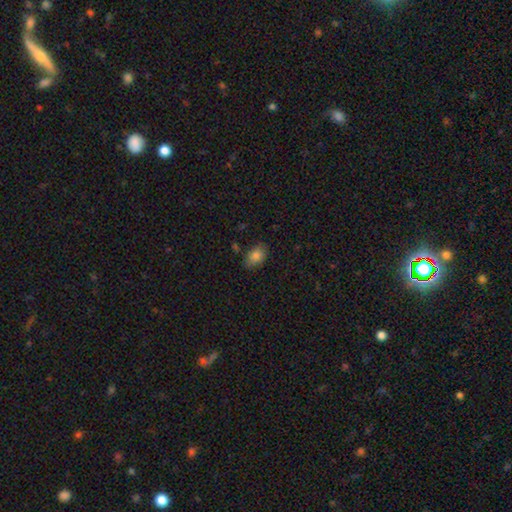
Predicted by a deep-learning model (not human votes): This appears to be a smooth galaxy with no disk features (85%) that is in between round and cigar-shaped (88%). Merging: none (78%).